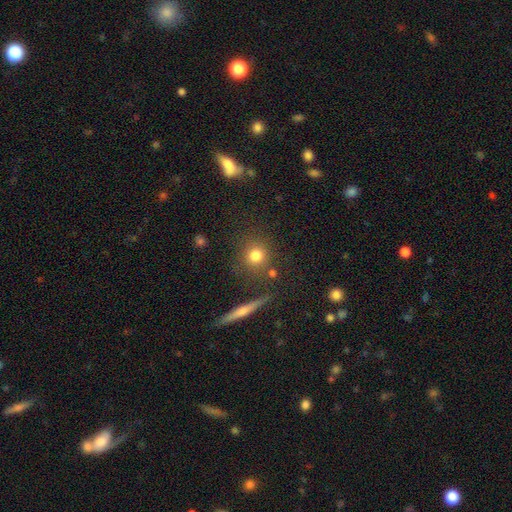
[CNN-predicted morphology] Smooth or featured?
  - smooth: 78% *
  - star or artifact: 12%
  - featured or disk: 10%
How rounded?
  - round: 89% *
  - in between: 8%
  - cigar-shaped: 2%
Merging?
  - none: 80% *
  - minor disturbance: 9%
  - merger: 7%
  - major disturbance: 4%